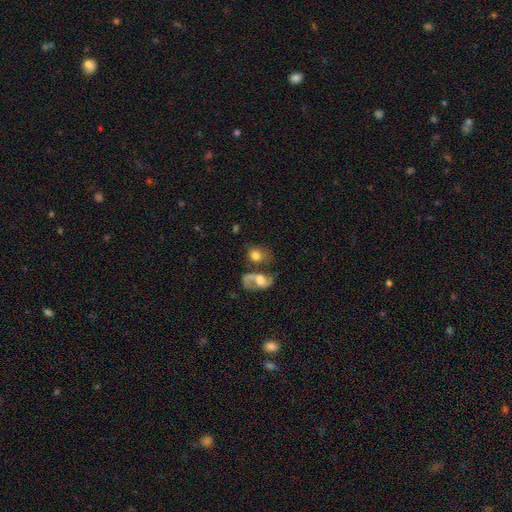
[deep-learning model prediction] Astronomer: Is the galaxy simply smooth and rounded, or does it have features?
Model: smooth — 61%.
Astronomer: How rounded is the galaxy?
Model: round — 51% (runner-up: in between, 47%).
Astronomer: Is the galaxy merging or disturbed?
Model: none — 45% (runner-up: merger, 31%).